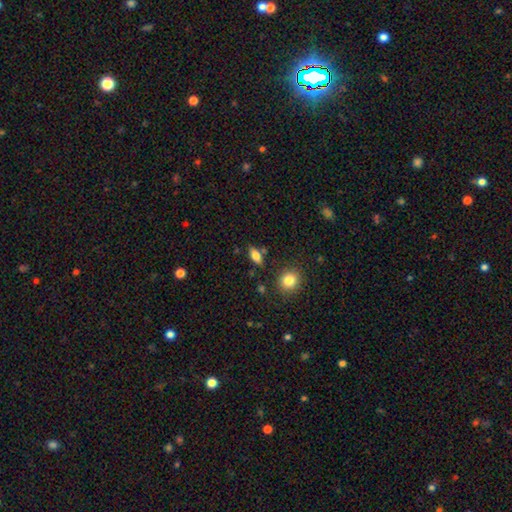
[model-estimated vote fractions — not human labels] This appears to be a smooth galaxy with no disk features (75%) that is in between round and cigar-shaped (81%). Merging: none (78%).